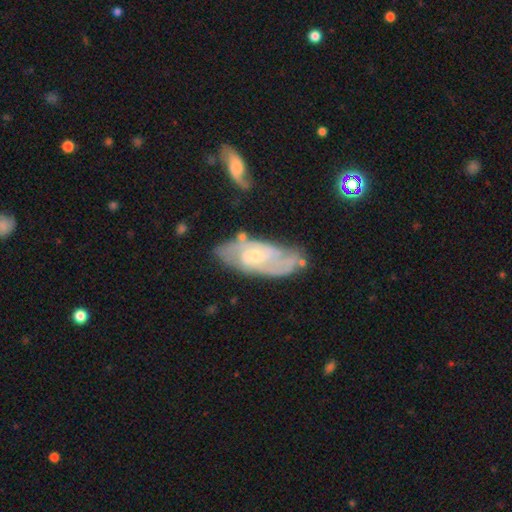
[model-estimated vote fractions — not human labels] The model was most divided on "bar": no: 46%, weak: 45%, strong: 9%. Remaining: edge-on disk — no (91%); spiral arms — yes (91%); smooth or featured — featured or disk (79%); merging — none (63%); bulge size — small (55%); spiral winding — tight (49%); spiral arm count — 2 (47%).